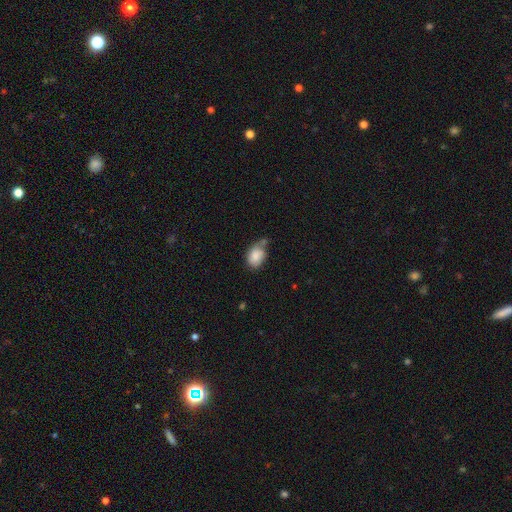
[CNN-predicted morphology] Smooth or featured? smooth (84%)
How rounded? in between (75%)
Merging? none (48%)